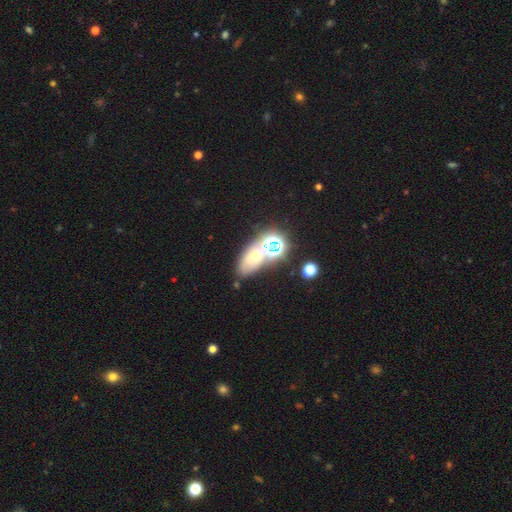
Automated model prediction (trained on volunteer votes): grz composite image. It shows a smooth galaxy with no disk features (48%). Merging: none (56%).